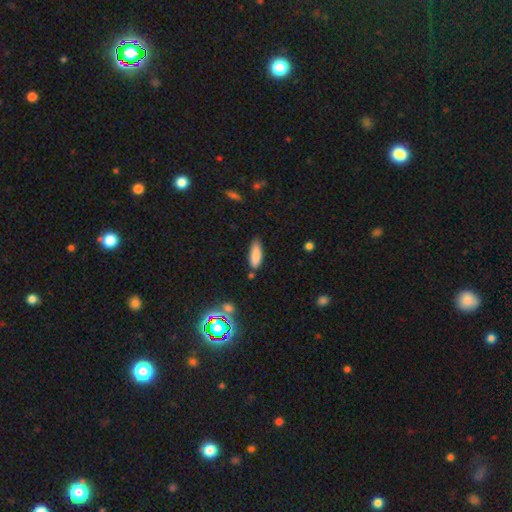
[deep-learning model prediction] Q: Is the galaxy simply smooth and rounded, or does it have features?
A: smooth — 84%.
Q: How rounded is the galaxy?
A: in between — 64%.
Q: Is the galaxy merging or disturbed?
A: none — 74%.